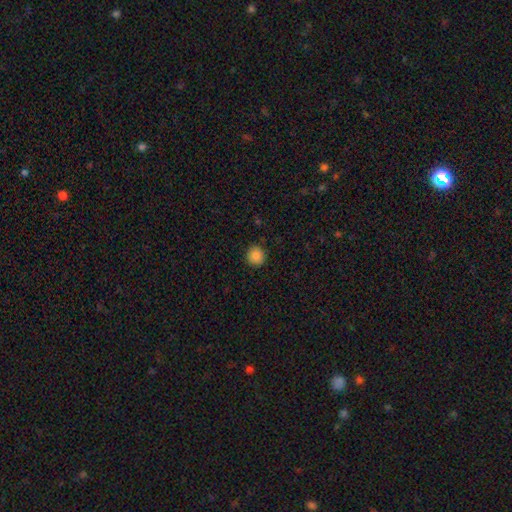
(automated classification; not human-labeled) A smooth galaxy with no disk features (83%) that is round (93%).

Vote fractions:
- Smooth or featured? smooth: 83% / star or artifact: 10% / featured or disk: 7%
- How rounded? round: 93% / in between: 6% / cigar-shaped: 1%
- Merging? none: 90% / minor disturbance: 7% / major disturbance: 2% / merger: 1%